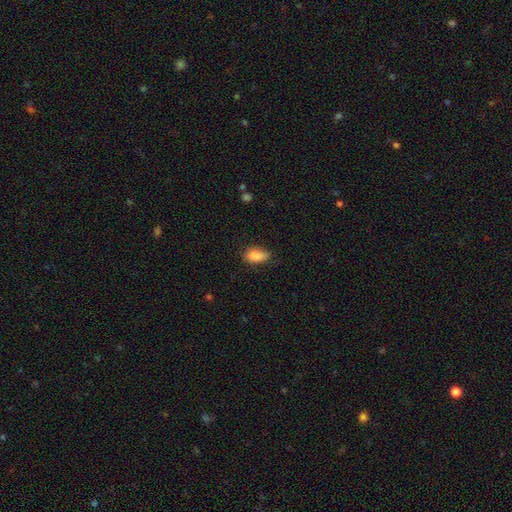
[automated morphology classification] The model was most divided on "merging": none: 66%, minor disturbance: 27%, major disturbance: 6%, merger: 2%. More confident: how rounded — in between (88%); smooth or featured — smooth (86%).